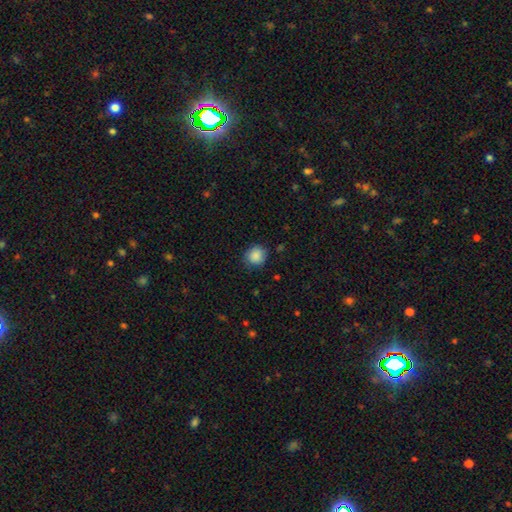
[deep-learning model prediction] This is clearly a smooth galaxy (88%). How rounded: clearly round (85%). Merging: clearly none (81%).